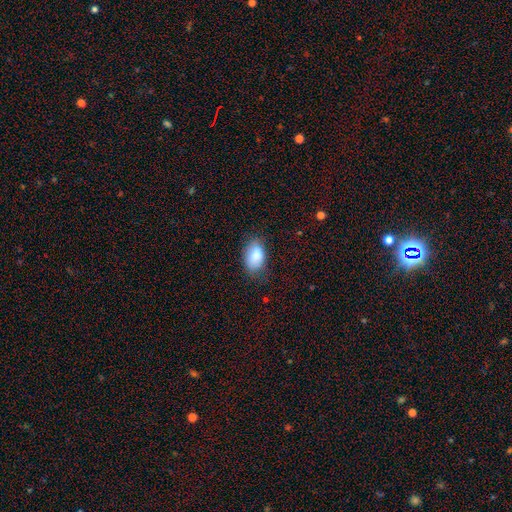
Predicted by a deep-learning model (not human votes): Q: Smooth or featured?
A: smooth (86%); runner-up: featured or disk (7%)
Q: How rounded?
A: in between (91%); runner-up: round (7%)
Q: Merging?
A: none (71%); runner-up: minor disturbance (22%)